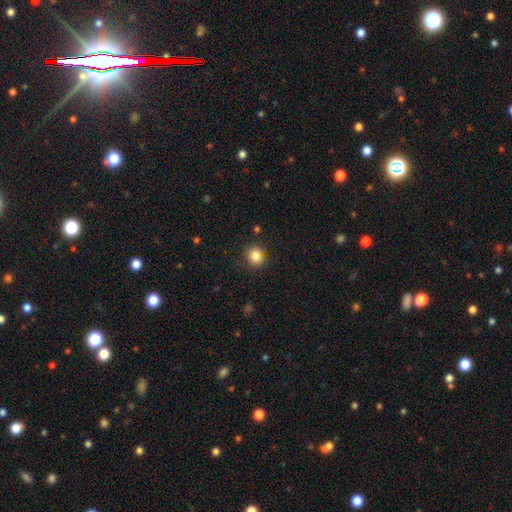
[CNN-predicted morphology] type=smooth (84%); roundness=round (87%); merging=none (87%).